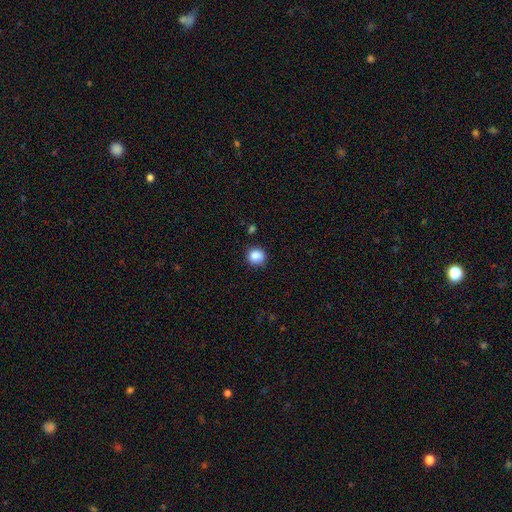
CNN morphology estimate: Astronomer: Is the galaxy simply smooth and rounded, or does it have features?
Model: smooth — 87%.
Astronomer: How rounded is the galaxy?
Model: round — 88%.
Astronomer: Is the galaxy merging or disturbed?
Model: none — 84%.